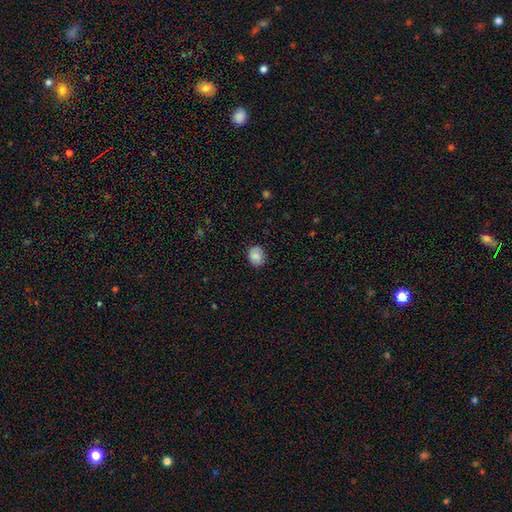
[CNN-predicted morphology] The model was most divided on "how rounded": round: 61%, in between: 38%, cigar-shaped: 1%. More confident: smooth or featured — smooth (86%); merging — none (86%).